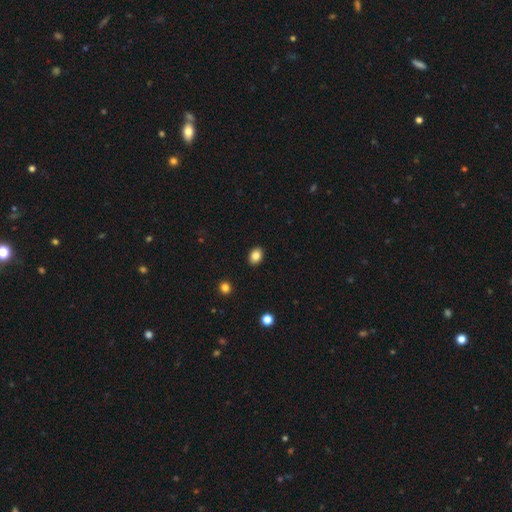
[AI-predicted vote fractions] Smooth or featured? smooth (84%)
How rounded? in between (63%)
Merging? none (90%)